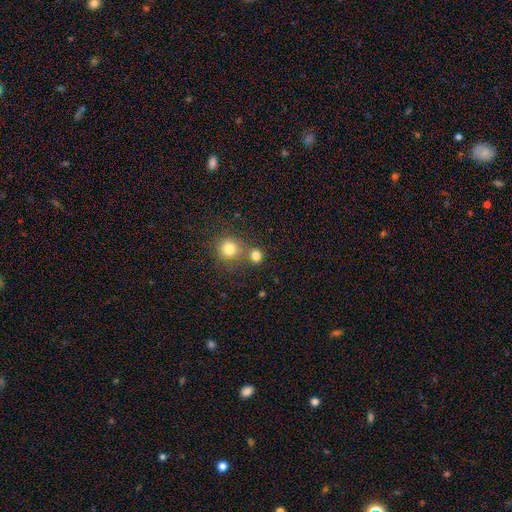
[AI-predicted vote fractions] A smooth galaxy with no disk features (79%) that is round (84%).

Vote fractions:
- Smooth or featured? smooth: 79% / star or artifact: 14% / featured or disk: 7%
- How rounded? round: 84% / in between: 15% / cigar-shaped: 1%
- Merging? none: 62% / merger: 26% / minor disturbance: 8% / major disturbance: 4%